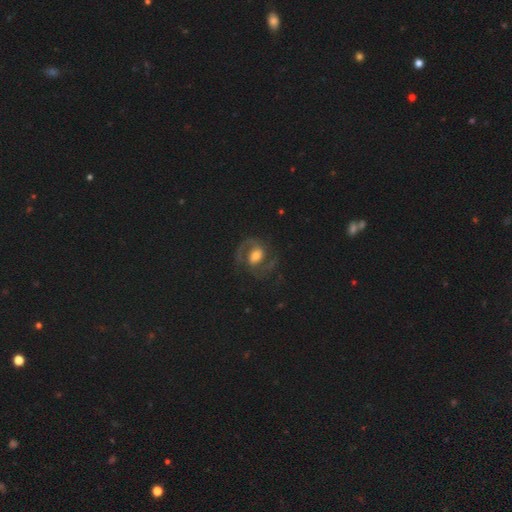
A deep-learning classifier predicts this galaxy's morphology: Smooth or featured? Predicted: featured or disk (p=0.78). Edge-on disk? Predicted: no (p=0.97). Bar? Predicted: weak (p=0.41). Spiral arms? Predicted: yes (p=0.89). Spiral winding? Predicted: medium (p=0.55). Spiral arm count? Predicted: 2 (p=0.84). Bulge size? Predicted: moderate (p=0.58). Merging? Predicted: none (p=0.67).